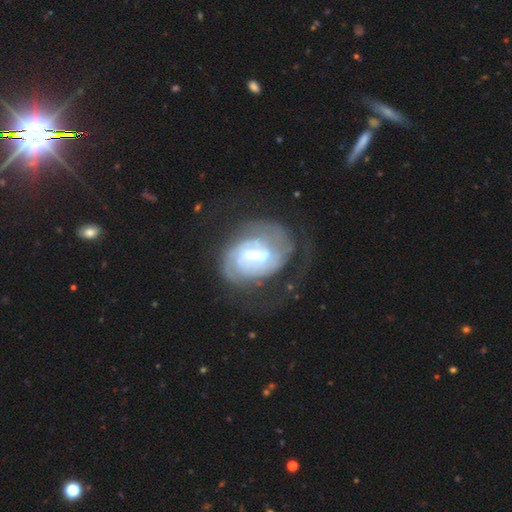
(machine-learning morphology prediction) This is clearly a featured or disk galaxy (82%). It is clearly not viewed edge-on (97%). Bar: possibly weak (52%). Spiral arm pattern: clearly yes (88%). Spiral arm count: marginally 2 (44%). Spiral winding: possibly tight (51%). Central bulge: possibly small (50%). Merging: marginally none (44%).